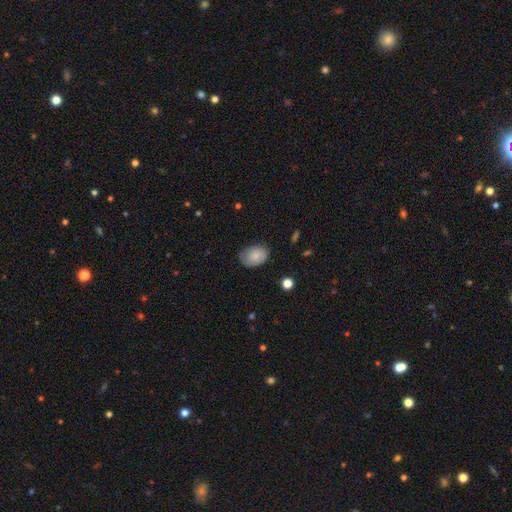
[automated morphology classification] Smooth or featured: smooth — 79% (featured or disk — 14%)
How rounded: in between — 81% (round — 18%)
Merging: none — 73% (minor disturbance — 22%)